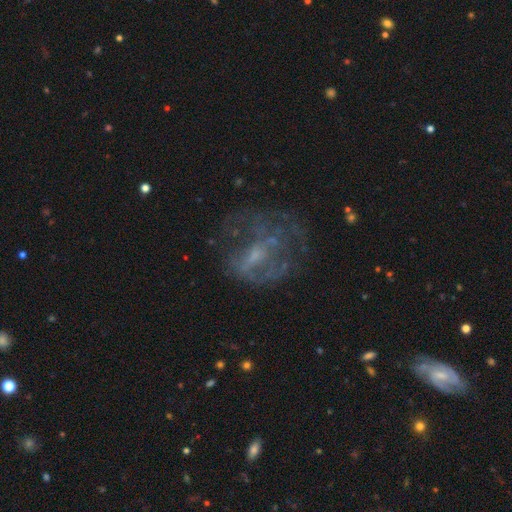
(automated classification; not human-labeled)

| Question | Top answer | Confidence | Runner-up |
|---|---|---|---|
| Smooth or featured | featured or disk | 60% | smooth (22%) |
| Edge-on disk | no | 97% | yes (3%) |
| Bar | no | 63% | weak (29%) |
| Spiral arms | no | 71% | yes (29%) |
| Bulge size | small | 47% | none (31%) |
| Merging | none | 44% | major disturbance (35%) |